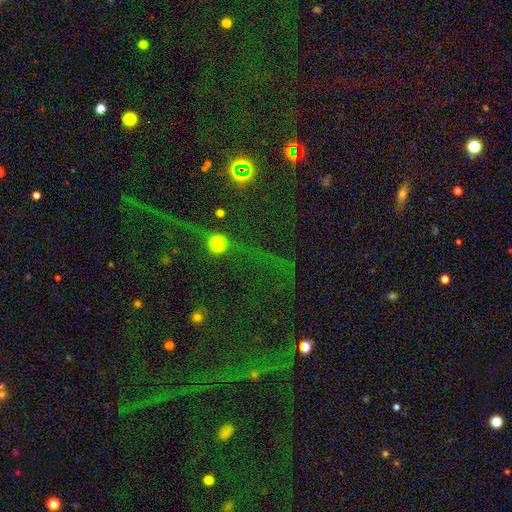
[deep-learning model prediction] A star or artifact, not a galaxy (70%).